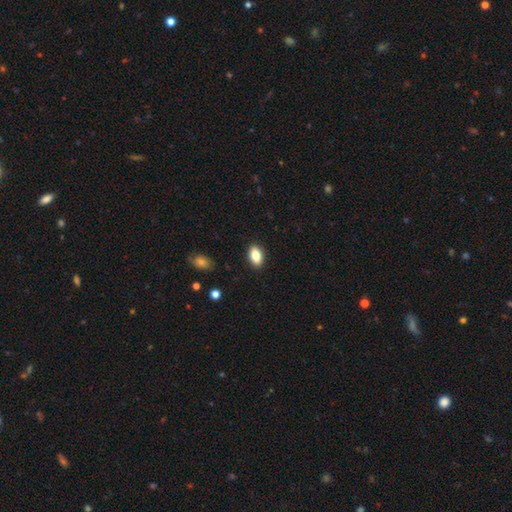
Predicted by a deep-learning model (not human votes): Morphology: type=smooth (83%); roundness=in between (90%); merging=none (89%).